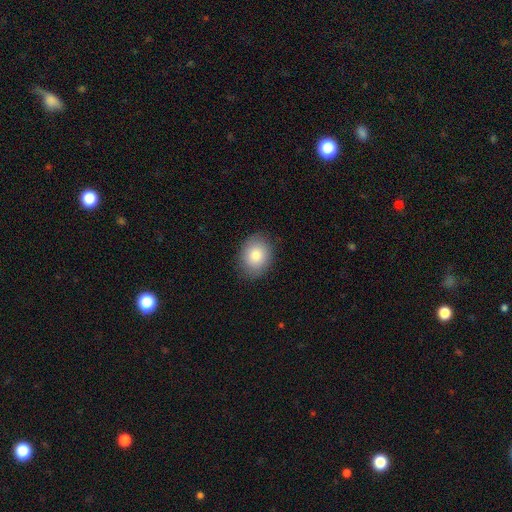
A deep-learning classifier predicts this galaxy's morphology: Smooth or featured? smooth (83%)
How rounded? in between (55%)
Merging? none (86%)